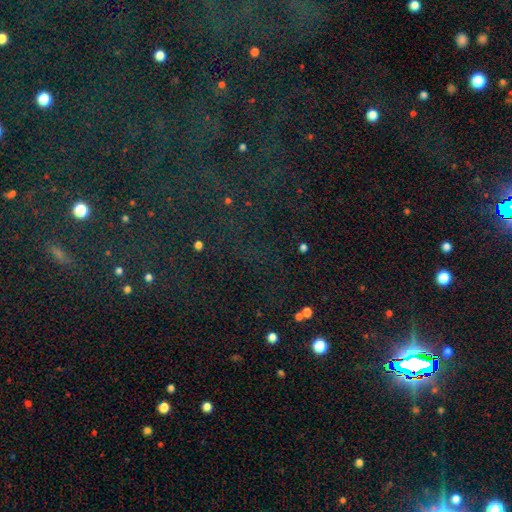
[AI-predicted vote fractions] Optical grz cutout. It shows a star or artifact, not a galaxy (81%).